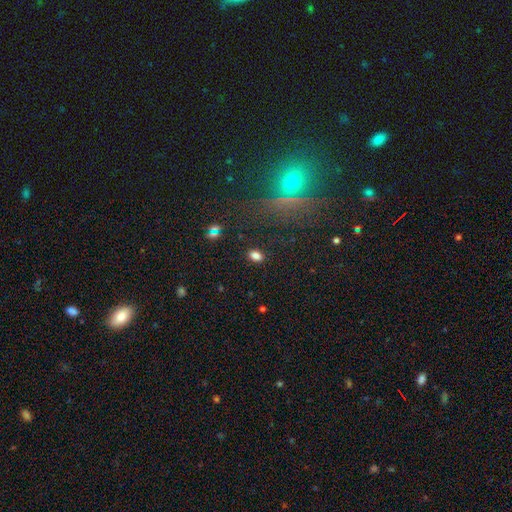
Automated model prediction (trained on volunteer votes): Q: Smooth or featured?
A: smooth (80%); runner-up: star or artifact (15%)
Q: How rounded?
A: in between (84%); runner-up: round (13%)
Q: Merging?
A: none (87%); runner-up: minor disturbance (9%)